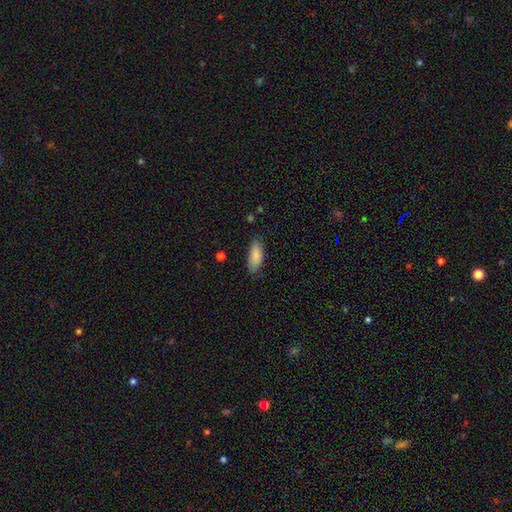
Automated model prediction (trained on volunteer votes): A smooth galaxy with no disk features (86%) that is in between round and cigar-shaped (82%).

Vote fractions:
- Smooth or featured? smooth: 86% / featured or disk: 8% / star or artifact: 6%
- How rounded? in between: 82% / cigar-shaped: 17% / round: 2%
- Merging? none: 80% / minor disturbance: 16% / major disturbance: 3% / merger: 1%